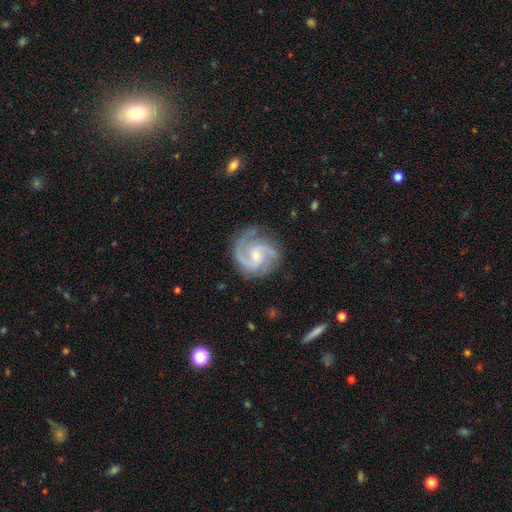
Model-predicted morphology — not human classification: This appears to be a featured or disk galaxy (91%) with no bar (49%), 2 (58%) medium (53%) spiral arms (98%) and a small central bulge (64%). Merging: none (77%).